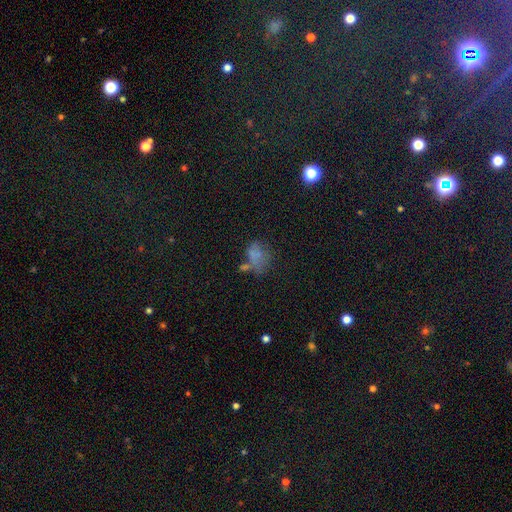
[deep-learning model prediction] Morphology: type=smooth (58%); roundness=in between (69%); merging=none (32%).